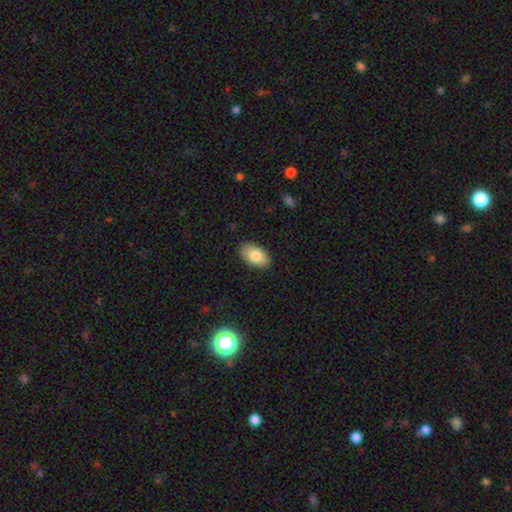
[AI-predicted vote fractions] smooth 82%, featured or disk 12%, star or artifact 6%. Down the decision tree: how rounded — in between (94%); merging — none (88%).